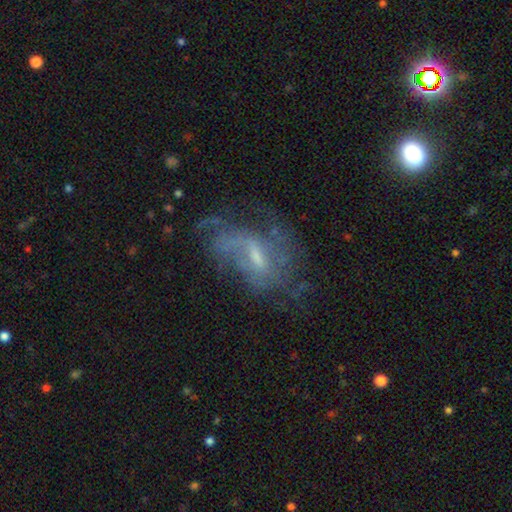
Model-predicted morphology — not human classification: A featured or disk galaxy (69%) with a weak bar (51%), spiral arms (74%) and a small central bulge (49%).

Vote fractions:
- Smooth or featured? featured or disk: 69% / smooth: 18% / star or artifact: 13%
- Edge-on disk? no: 94% / yes: 6%
- Bar? weak: 51% / no: 32% / strong: 17%
- Spiral arms? yes: 74% / no: 26%
- Bulge size? small: 49% / moderate: 32% / none: 15% / large: 3% / dominant: 1%
- Merging? none: 45% / major disturbance: 30% / minor disturbance: 21% / merger: 3%